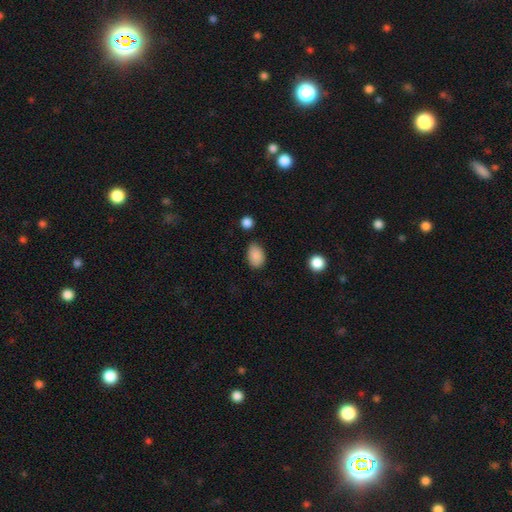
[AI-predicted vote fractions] This appears to be a smooth galaxy with no disk features (88%) that is in between round and cigar-shaped (85%). Merging: none (75%).